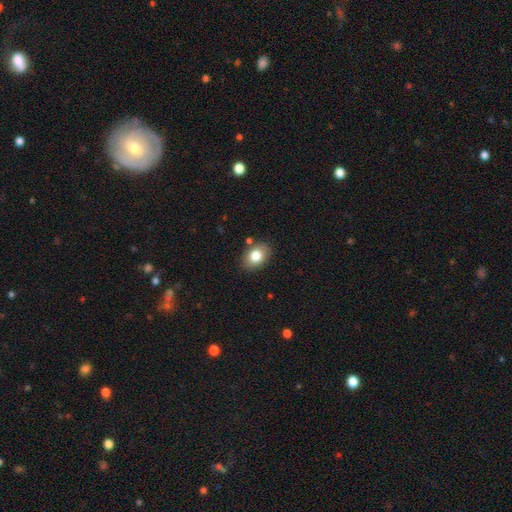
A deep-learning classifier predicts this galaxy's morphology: smooth 80%, featured or disk 12%, star or artifact 9%. Down the decision tree: how rounded — in between (74%); merging — none (83%).